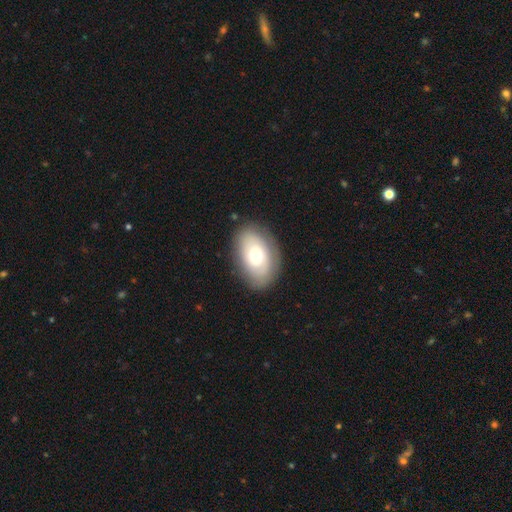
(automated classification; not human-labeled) A smooth galaxy with no disk features (62%) that is in between round and cigar-shaped (87%). Merging: none (83%).